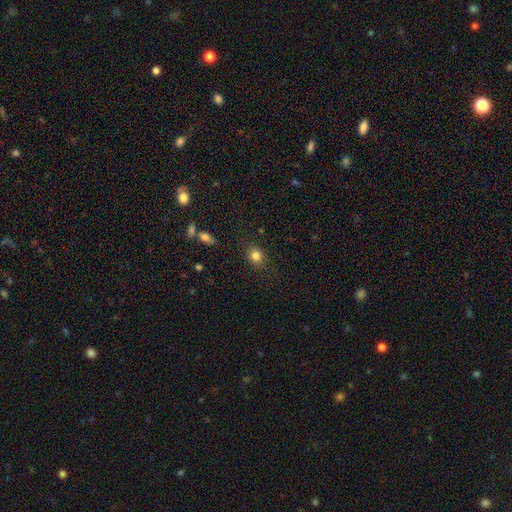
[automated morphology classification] smooth 82%, star or artifact 11%, featured or disk 7%. Down the decision tree: how rounded — round (68%); merging — none (85%).